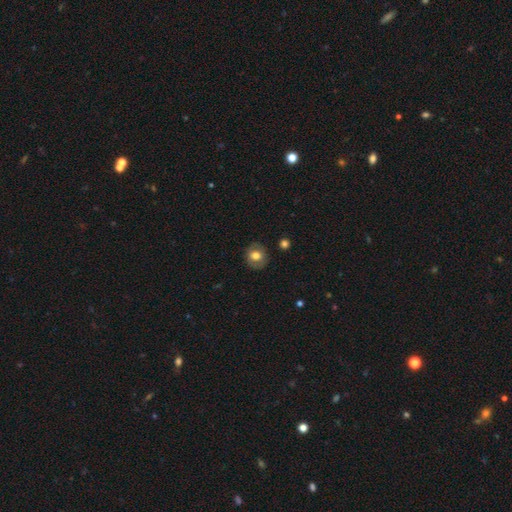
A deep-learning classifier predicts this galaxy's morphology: Overall: smooth (70%). How rounded: round (79%). Merging: none (85%).